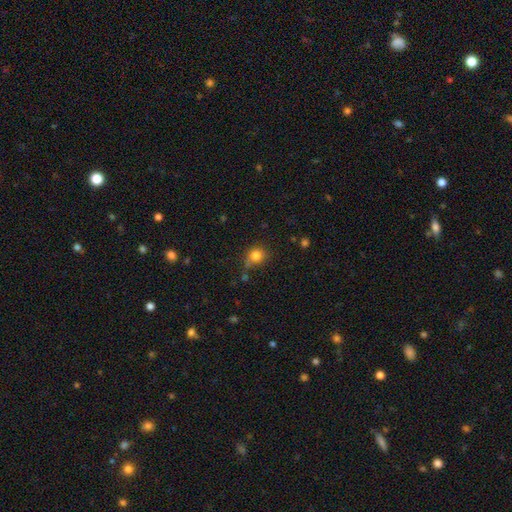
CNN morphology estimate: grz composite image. It shows a smooth galaxy with no disk features (82%) that is round (83%). Merging: none (68%).